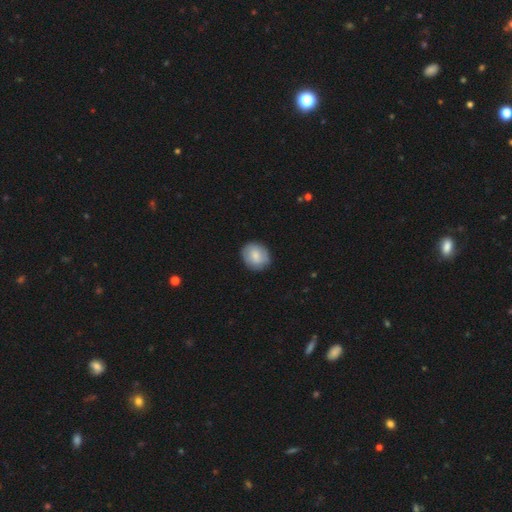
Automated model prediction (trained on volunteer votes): A smooth galaxy with no disk features (76%) that is round (69%). Merging: none (85%).